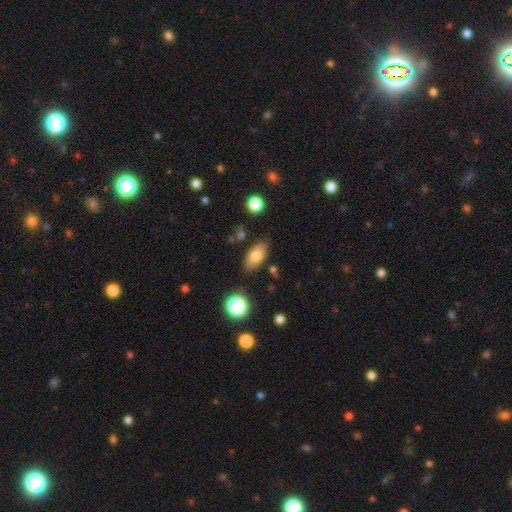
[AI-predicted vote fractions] The model was most divided on "smooth or featured": smooth: 77%, featured or disk: 14%, star or artifact: 9%. More confident: how rounded — in between (88%); merging — none (82%).